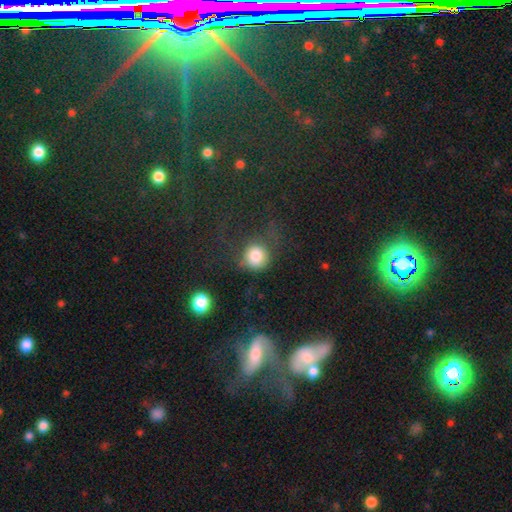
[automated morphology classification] This is clearly a smooth galaxy (80%). How rounded: clearly round (87%). Merging: possibly none (54%).